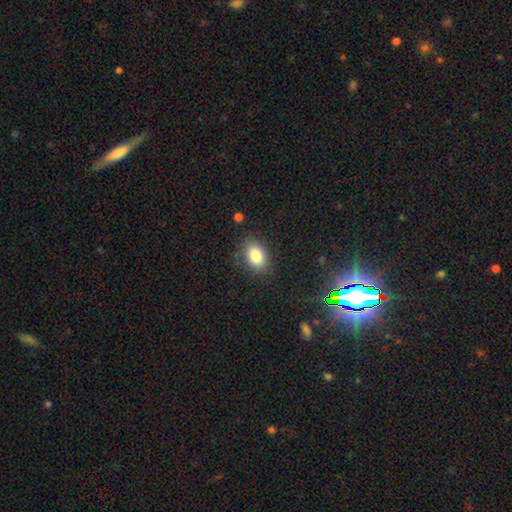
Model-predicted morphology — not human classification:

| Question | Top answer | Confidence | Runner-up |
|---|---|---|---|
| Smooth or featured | smooth | 84% | star or artifact (9%) |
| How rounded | in between | 82% | round (17%) |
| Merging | none | 82% | minor disturbance (13%) |